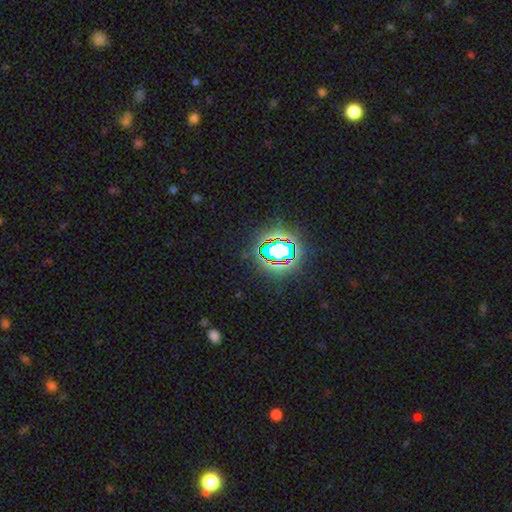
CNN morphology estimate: A star or artifact, not a galaxy (81%).

Vote fractions:
- Smooth or featured? star or artifact: 81% / smooth: 12% / featured or disk: 7%